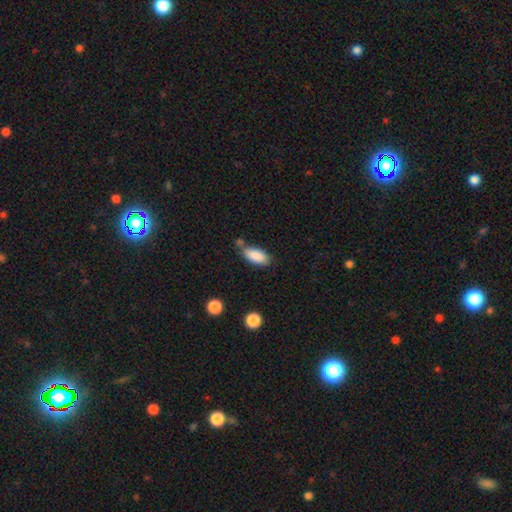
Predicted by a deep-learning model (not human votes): smooth 88%, star or artifact 7%, featured or disk 6%. Down the decision tree: how rounded — in between (86%); merging — none (64%).